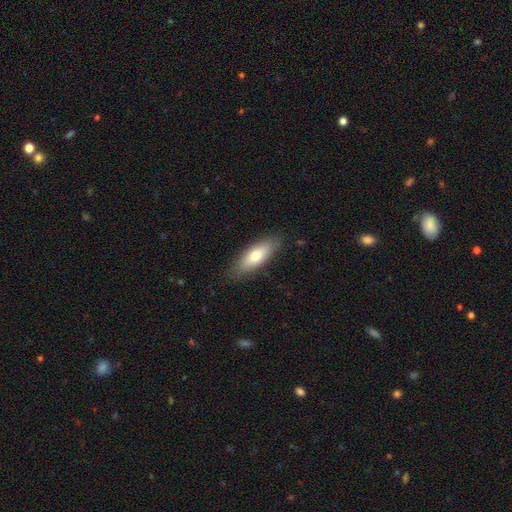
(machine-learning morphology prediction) type=smooth (71%); roundness=in between (65%); merging=none (85%).